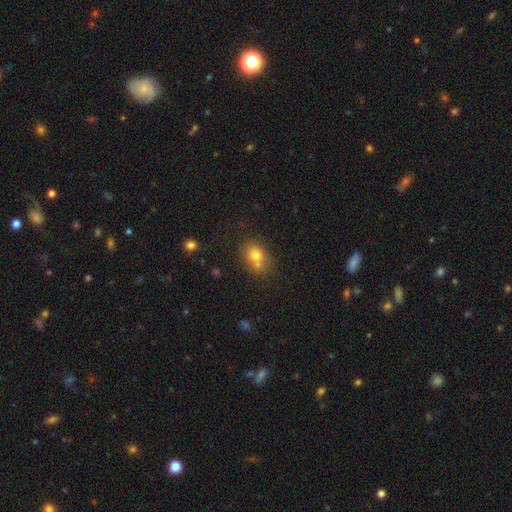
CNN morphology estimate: Smooth or featured: smooth — 74% (featured or disk — 14%)
How rounded: round — 52% (in between — 47%)
Merging: none — 51% (merger — 33%)